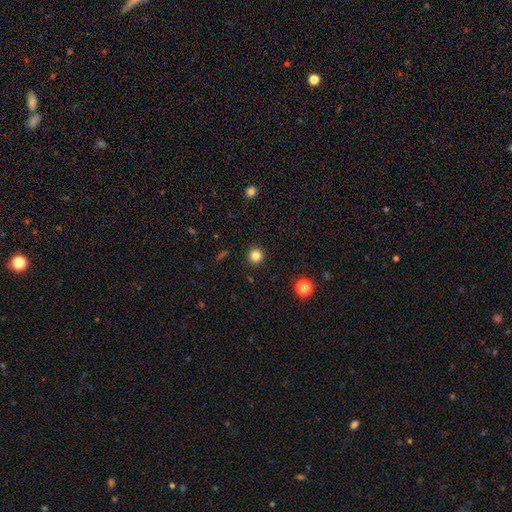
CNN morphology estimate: A smooth galaxy with no disk features (82%) that is round (95%). Merging: none (92%).